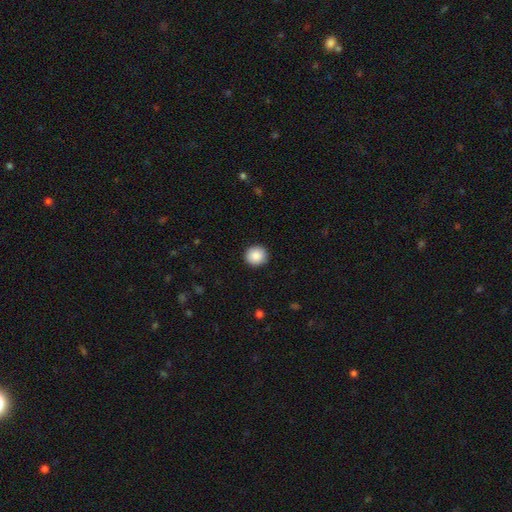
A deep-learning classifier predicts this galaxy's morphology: Smooth or featured: smooth — 89% (star or artifact — 8%)
How rounded: round — 89% (in between — 10%)
Merging: none — 92% (minor disturbance — 6%)